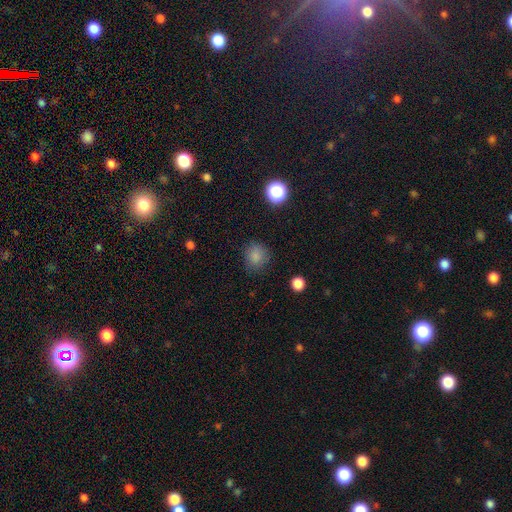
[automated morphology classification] smooth 82%, star or artifact 13%, featured or disk 5%. Down the decision tree: how rounded — round (81%); merging — none (82%).